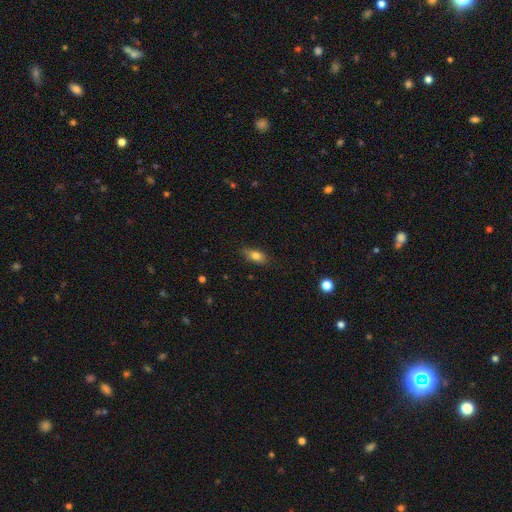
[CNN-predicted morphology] Smooth or featured? smooth (78%)
How rounded? in between (79%)
Merging? none (76%)